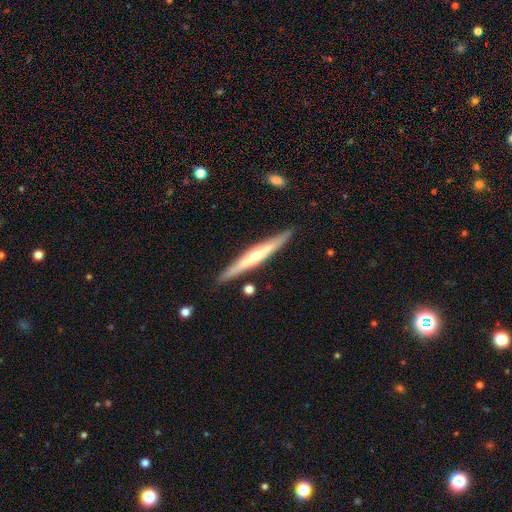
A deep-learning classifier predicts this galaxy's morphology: Smooth or featured? Predicted: featured or disk (p=0.71). Edge-on disk? Predicted: yes (p=0.96). Edge-on bulge? Predicted: rounded (p=0.77). Merging? Predicted: none (p=0.89).